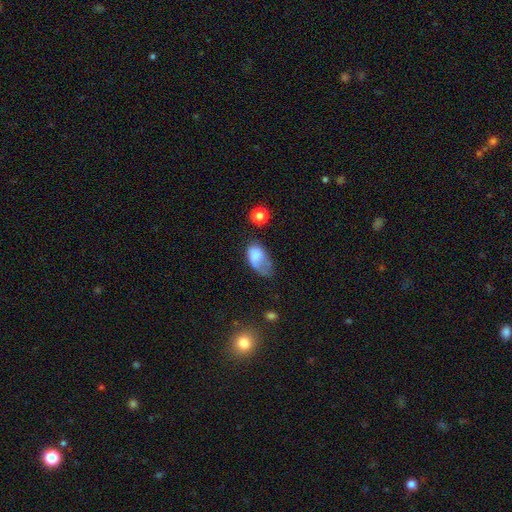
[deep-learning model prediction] Q: Smooth or featured?
A: smooth (71%); runner-up: featured or disk (20%)
Q: How rounded?
A: in between (89%); runner-up: round (9%)
Q: Merging?
A: major disturbance (34%); tied with: minor disturbance (34%)